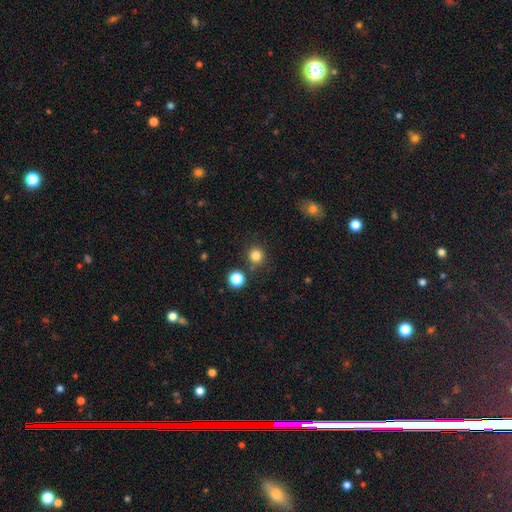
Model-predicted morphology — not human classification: The model was most divided on "smooth or featured": smooth: 82%, star or artifact: 13%, featured or disk: 4%. More confident: how rounded — round (92%); merging — none (83%).